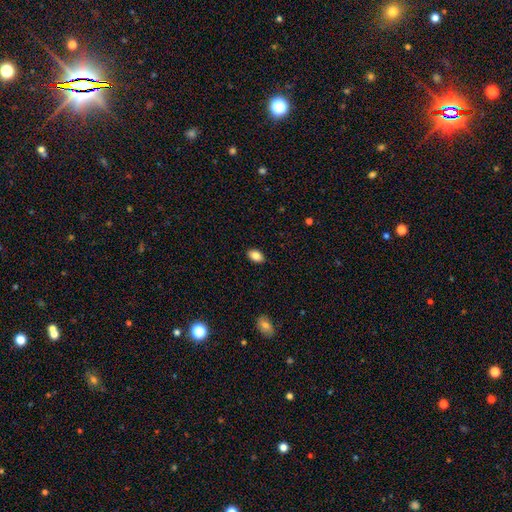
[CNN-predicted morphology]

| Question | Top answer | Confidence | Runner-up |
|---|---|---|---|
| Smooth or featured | smooth | 84% | star or artifact (8%) |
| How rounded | in between | 87% | round (12%) |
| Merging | none | 88% | minor disturbance (9%) |